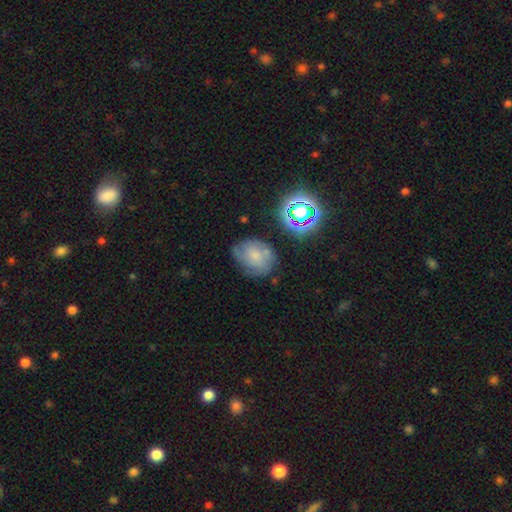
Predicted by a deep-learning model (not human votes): A smooth galaxy with no disk features (51%) that is in between round and cigar-shaped (58%). Merging: none (55%).